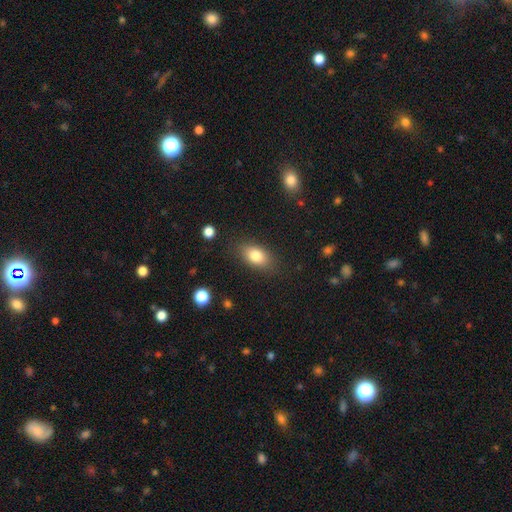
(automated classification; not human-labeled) Smooth or featured?
  - smooth: 81% *
  - featured or disk: 11%
  - star or artifact: 8%
How rounded?
  - in between: 87% *
  - round: 10%
  - cigar-shaped: 4%
Merging?
  - none: 83% *
  - minor disturbance: 12%
  - major disturbance: 4%
  - merger: 1%